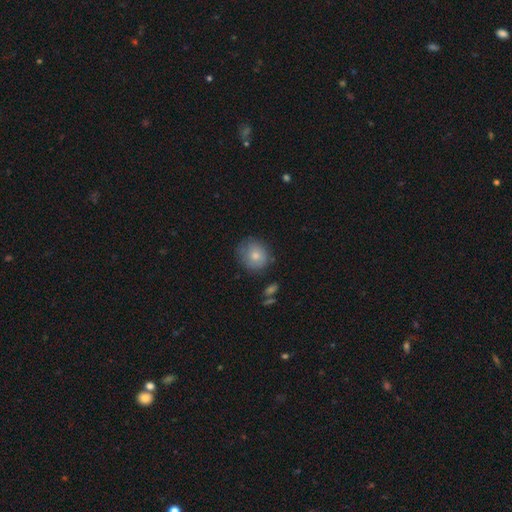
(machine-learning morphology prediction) Smooth or featured? Predicted: smooth (p=0.78). How rounded? Predicted: round (p=0.81). Merging? Predicted: none (p=0.72).